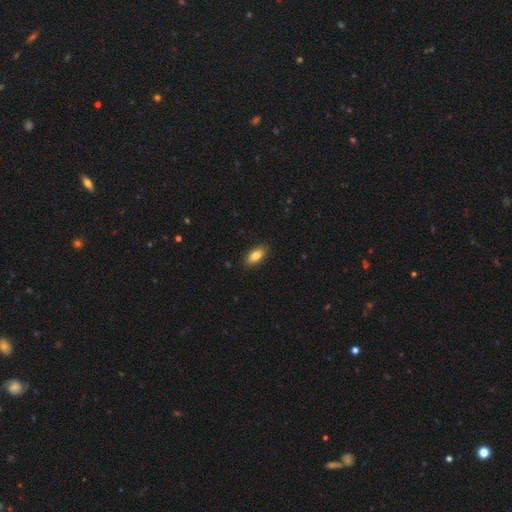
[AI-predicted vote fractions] Smooth or featured? Predicted: smooth (p=0.80). How rounded? Predicted: in between (p=0.86). Merging? Predicted: none (p=0.88).